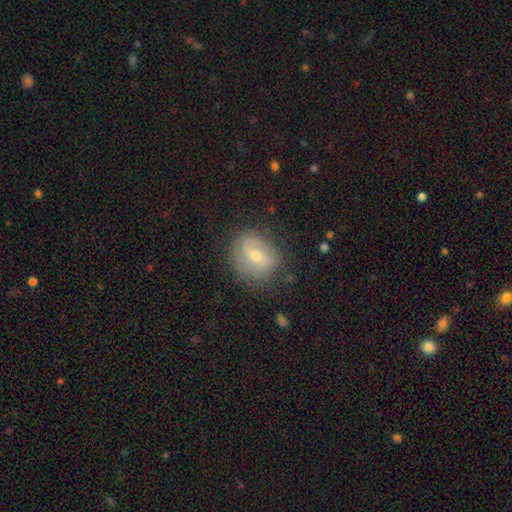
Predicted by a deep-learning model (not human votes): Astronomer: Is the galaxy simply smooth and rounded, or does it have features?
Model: smooth — 50% (runner-up: featured or disk, 41%).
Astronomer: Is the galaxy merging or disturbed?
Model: none — 75%.